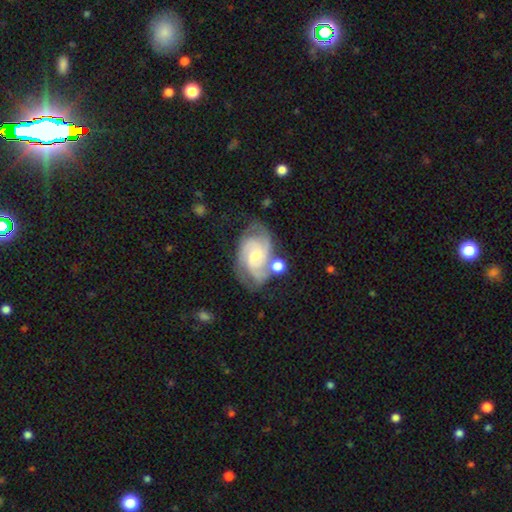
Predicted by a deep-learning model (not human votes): Smooth or featured? featured or disk (84%)
Edge-on disk? no (97%)
Bar? no (54%)
Spiral arms? yes (96%)
Spiral winding? tight (53%)
Spiral arm count? 2 (37%)
Bulge size? moderate (51%)
Merging? none (60%)